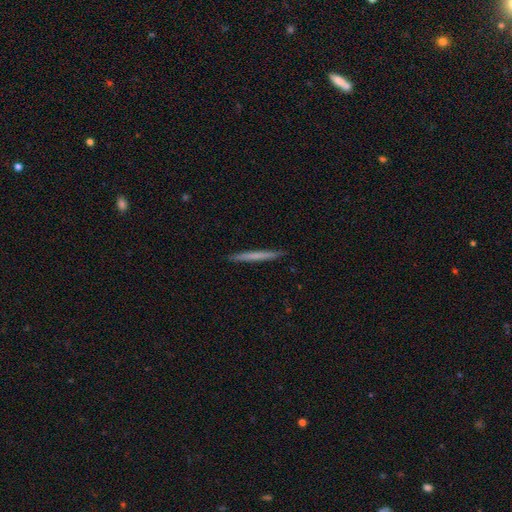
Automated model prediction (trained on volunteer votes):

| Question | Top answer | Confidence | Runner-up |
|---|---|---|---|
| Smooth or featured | smooth | 59% | featured or disk (36%) |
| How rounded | cigar-shaped | 97% | in between (2%) |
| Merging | none | 92% | minor disturbance (6%) |